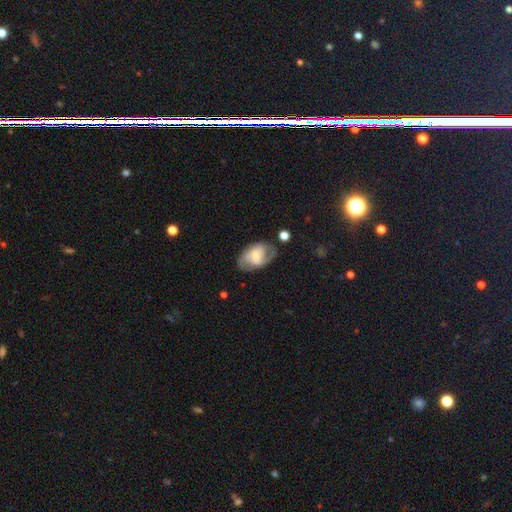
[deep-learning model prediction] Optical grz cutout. It shows a featured or disk galaxy (62%) with a weak bar (43%), spiral arms (82%) and a small central bulge (45%). Merging: none (64%).